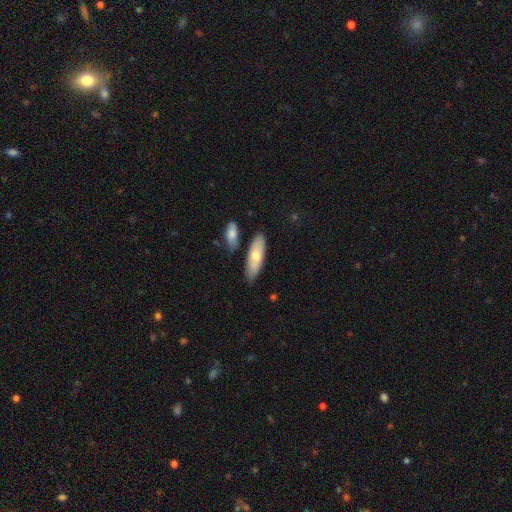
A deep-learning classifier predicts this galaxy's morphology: smooth 71%, featured or disk 23%, star or artifact 5%. Down the decision tree: how rounded — in between (54%); merging — none (79%).